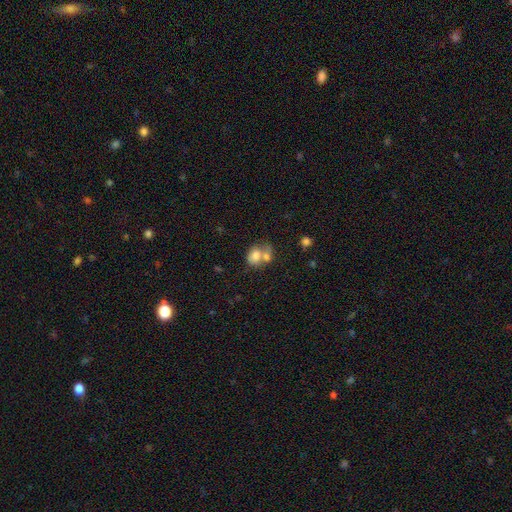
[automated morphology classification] Smooth or featured: smooth — 73% (featured or disk — 18%)
How rounded: in between — 60% (round — 39%)
Merging: merger — 58% (none — 25%)